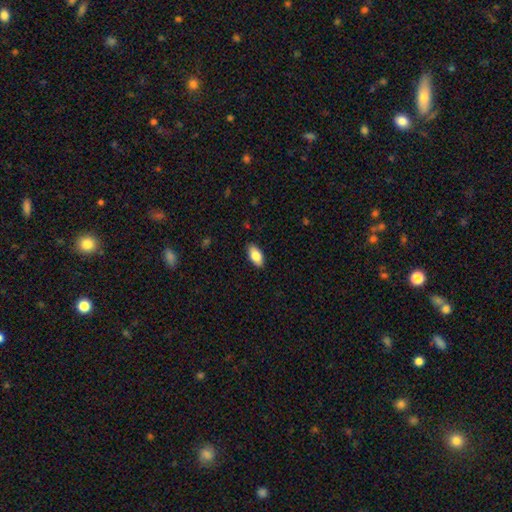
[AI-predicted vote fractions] The model was most divided on "smooth or featured": smooth: 83%, featured or disk: 10%, star or artifact: 7%. More confident: how rounded — in between (91%); merging — none (88%).